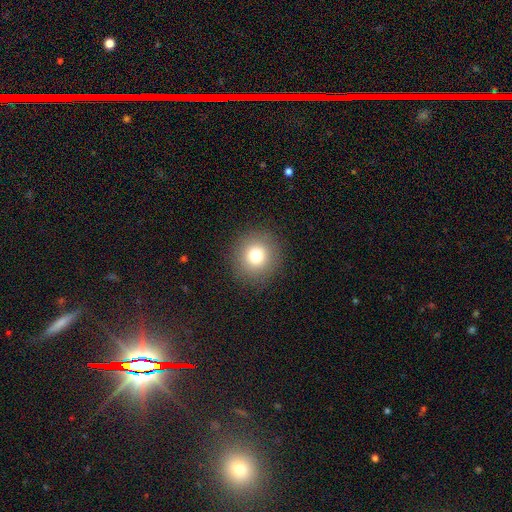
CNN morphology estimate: Smooth or featured? Predicted: smooth (p=0.77). How rounded? Predicted: round (p=0.92). Merging? Predicted: none (p=0.90).